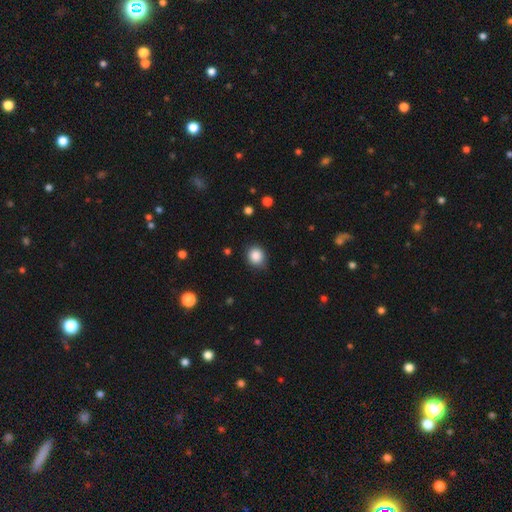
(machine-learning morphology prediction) Smooth or featured?
  - smooth: 87% *
  - star or artifact: 10%
  - featured or disk: 3%
How rounded?
  - round: 80% *
  - in between: 19%
  - cigar-shaped: 1%
Merging?
  - none: 82% *
  - minor disturbance: 14%
  - major disturbance: 3%
  - merger: 1%